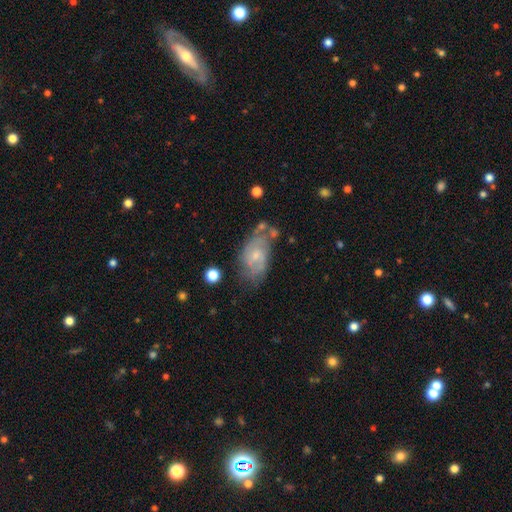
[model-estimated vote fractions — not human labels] A featured or disk galaxy (65%) with no bar (62%), spiral arms (79%) and a small central bulge (63%). Merging: none (50%).